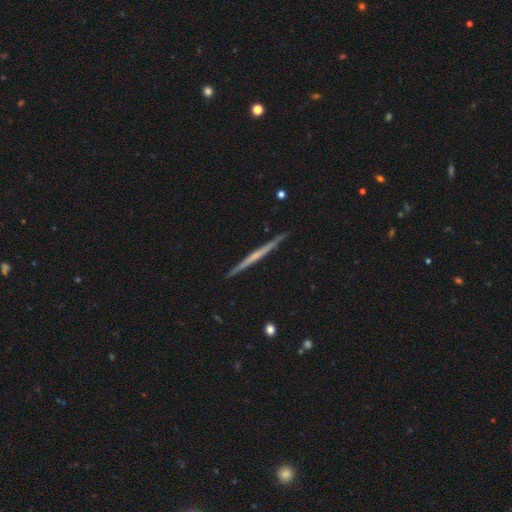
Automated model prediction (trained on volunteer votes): Q: Smooth or featured?
A: featured or disk (68%); runner-up: smooth (26%)
Q: Edge-on disk?
A: yes (98%); runner-up: no (2%)
Q: Edge-on bulge?
A: none (68%); runner-up: rounded (25%)
Q: Merging?
A: none (91%); runner-up: minor disturbance (6%)